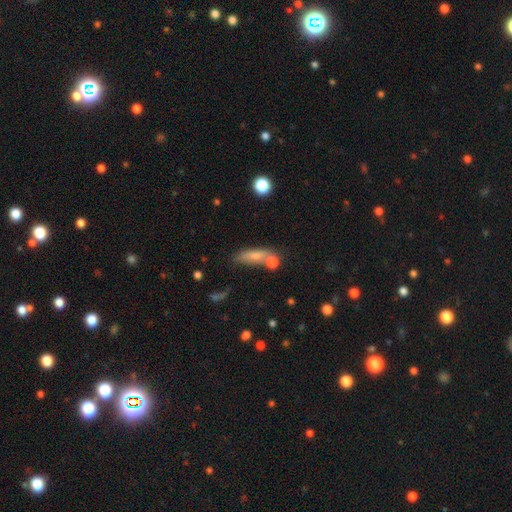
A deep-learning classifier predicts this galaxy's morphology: Smooth or featured? smooth (74%)
How rounded? cigar-shaped (51%)
Merging? none (57%)